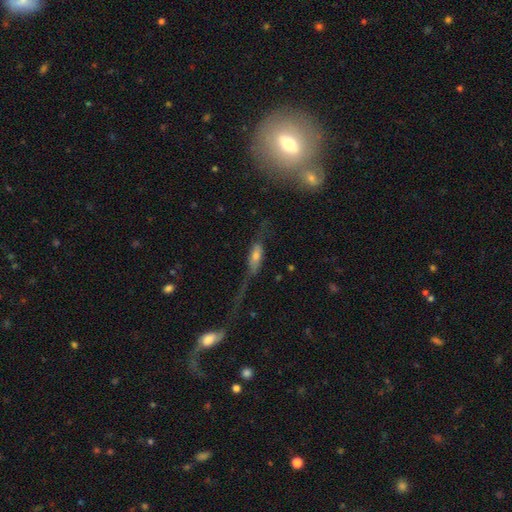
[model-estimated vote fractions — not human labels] A featured or disk galaxy (48%).

Vote fractions:
- Smooth or featured? featured or disk: 48% / smooth: 41% / star or artifact: 11%
- Merging? major disturbance: 40% / none: 34% / minor disturbance: 18% / merger: 8%